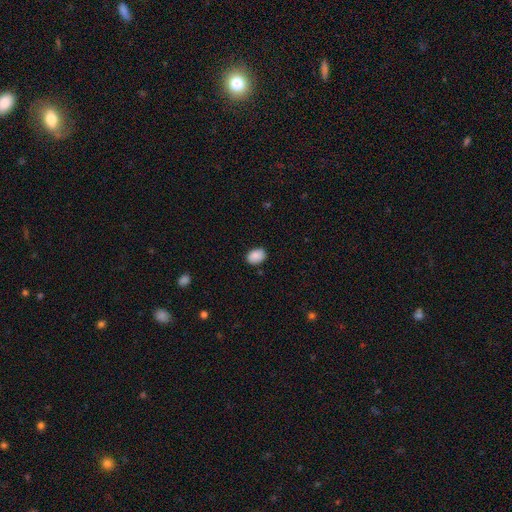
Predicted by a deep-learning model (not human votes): Morphology: type=smooth (87%); roundness=in between (73%); merging=none (83%).